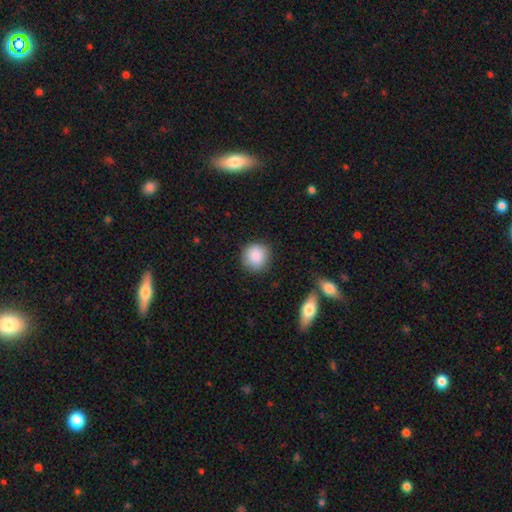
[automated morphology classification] type=smooth (88%); roundness=round (92%); merging=none (87%).